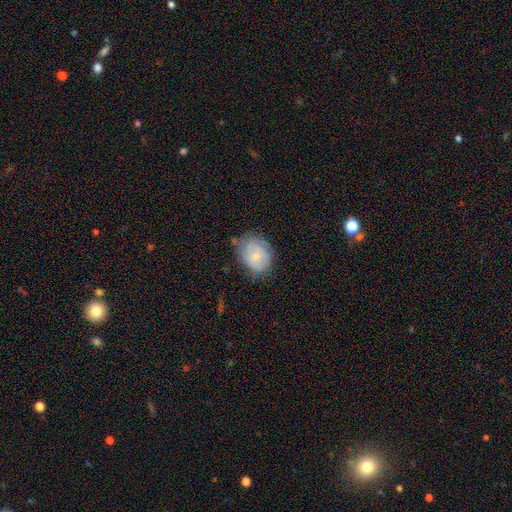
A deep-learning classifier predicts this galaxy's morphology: A smooth galaxy with no disk features (57%) that is in between round and cigar-shaped (56%).

Vote fractions:
- Smooth or featured? smooth: 57% / featured or disk: 35% / star or artifact: 8%
- How rounded? in between: 56% / round: 43% / cigar-shaped: 1%
- Merging? none: 60% / minor disturbance: 29% / major disturbance: 9% / merger: 3%